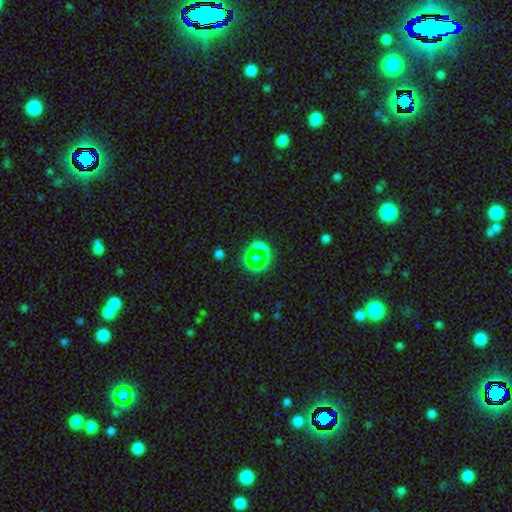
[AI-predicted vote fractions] Morphology: type=star or artifact (52%).